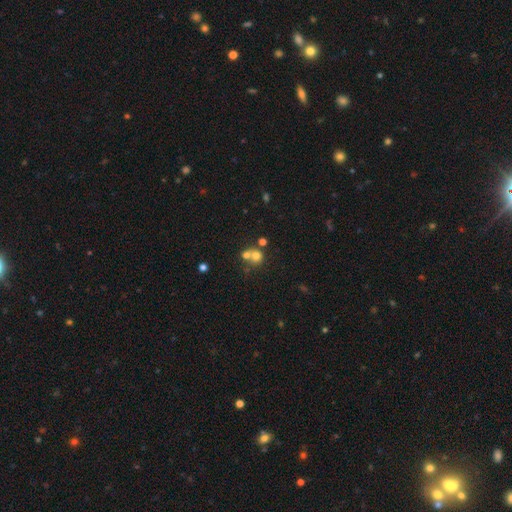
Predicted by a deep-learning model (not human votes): A smooth galaxy with no disk features (67%) that is round (82%). Merging: merger (54%).